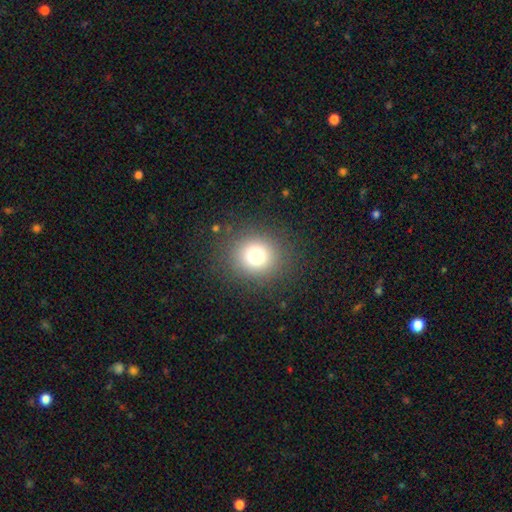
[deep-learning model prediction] smooth 74%, star or artifact 17%, featured or disk 9%. Down the decision tree: how rounded — round (88%); merging — none (88%).